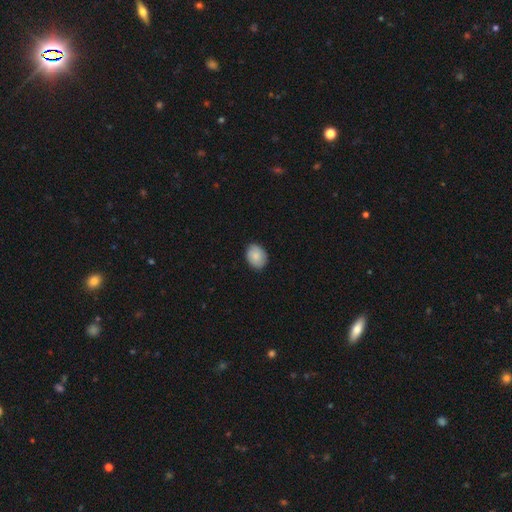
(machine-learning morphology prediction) This is clearly a smooth galaxy (83%). How rounded: possibly in between (57%). Merging: clearly none (87%).